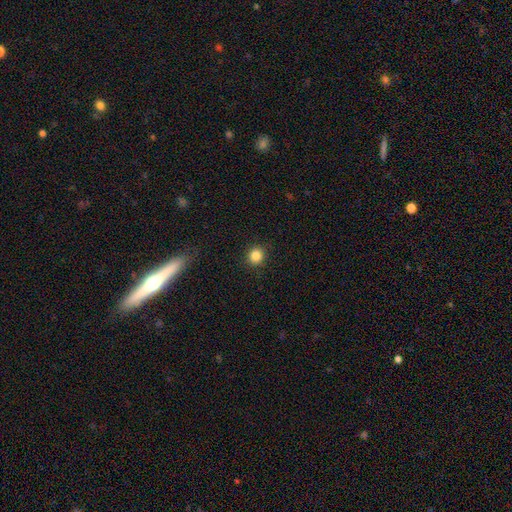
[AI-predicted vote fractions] A smooth galaxy with no disk features (84%) that is round (91%). Merging: none (91%).